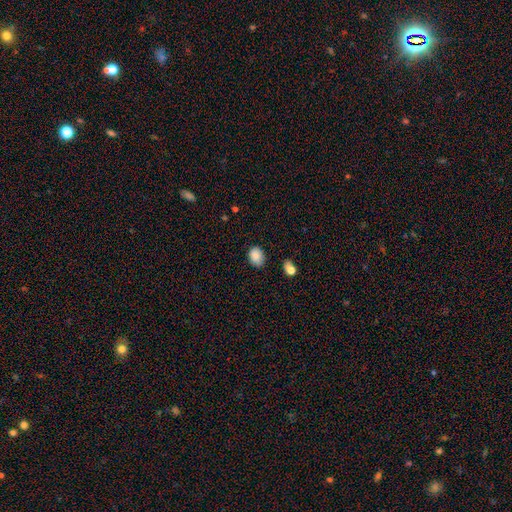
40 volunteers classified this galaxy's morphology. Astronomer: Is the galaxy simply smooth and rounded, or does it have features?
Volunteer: smooth — 90%.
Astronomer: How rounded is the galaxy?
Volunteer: in between — 61% (runner-up: round, 39%).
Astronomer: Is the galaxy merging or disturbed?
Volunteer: none — 79%.